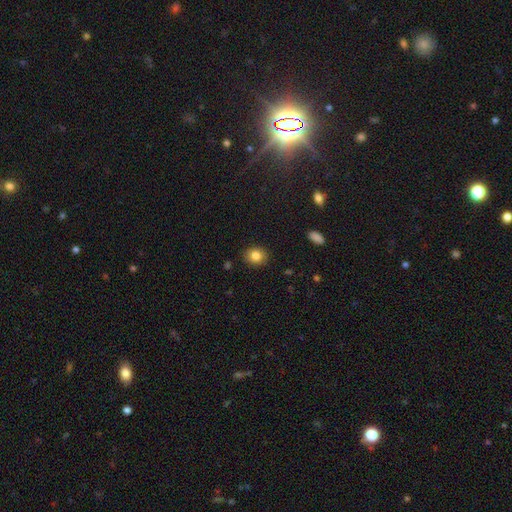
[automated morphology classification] This is clearly a smooth galaxy (83%). How rounded: likely round (65%). Merging: clearly none (89%).